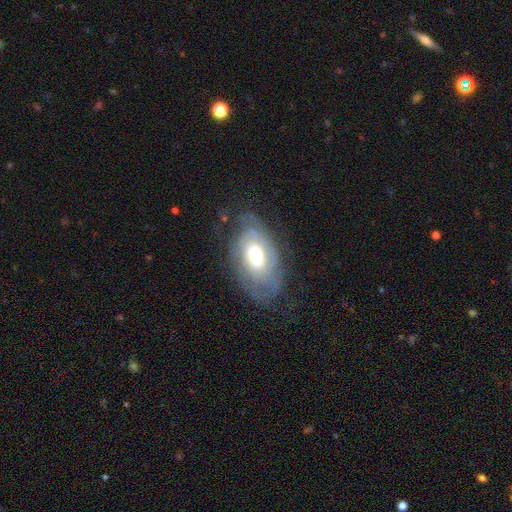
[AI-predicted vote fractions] smooth-or-featured: featured or disk: 70% | smooth: 23% | star or artifact: 7%
  disk-edge-on: no: 94% | yes: 6%
    bar: no: 76% | weak: 19% | strong: 5%
    has-spiral-arms: yes: 79% | no: 21%
      spiral-winding: tight: 61% | medium: 28% | loose: 11%
      spiral-arm-count: can't tell: 52% | 2: 24% | 3: 9% | 1: 6% | 4: 5% | more than 4: 4%
    bulge-size: large: 46% | moderate: 36% | small: 9% | dominant: 7% | none: 2%
  merging: none: 59% | minor disturbance: 24% | major disturbance: 15% | merger: 1%